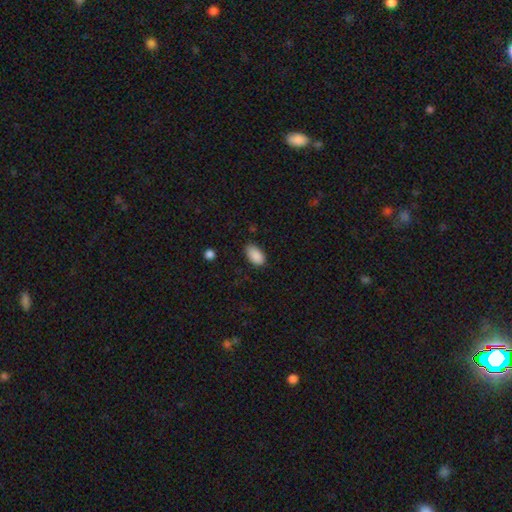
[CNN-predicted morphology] A smooth galaxy with no disk features (89%) that is in between round and cigar-shaped (94%). Merging: none (79%).